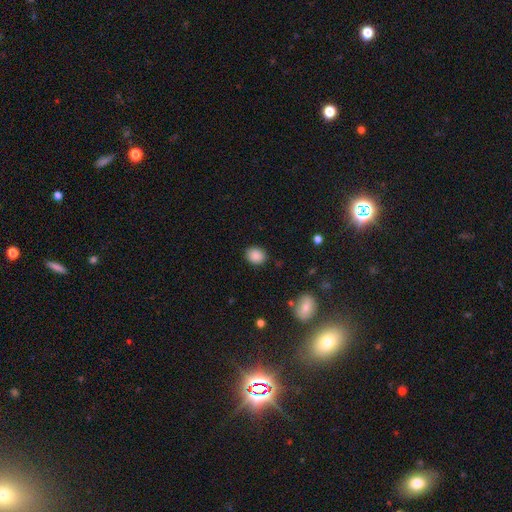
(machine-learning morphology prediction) smooth_or_featured: smooth (p=0.87) [alt: star or artifact p=0.09]
how_rounded: round (p=0.62) [alt: in between p=0.37]
merging: none (p=0.87) [alt: minor disturbance p=0.09]